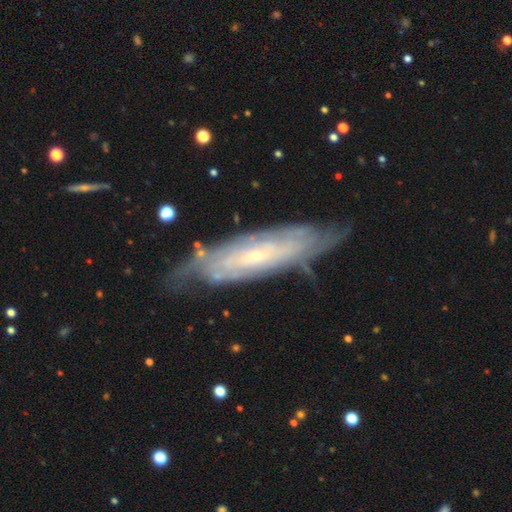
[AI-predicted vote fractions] Smooth or featured? featured or disk (76%)
Edge-on disk? no (74%)
Bar? no (66%)
Spiral arms? yes (87%)
Bulge size? small (82%)
Merging? none (72%)